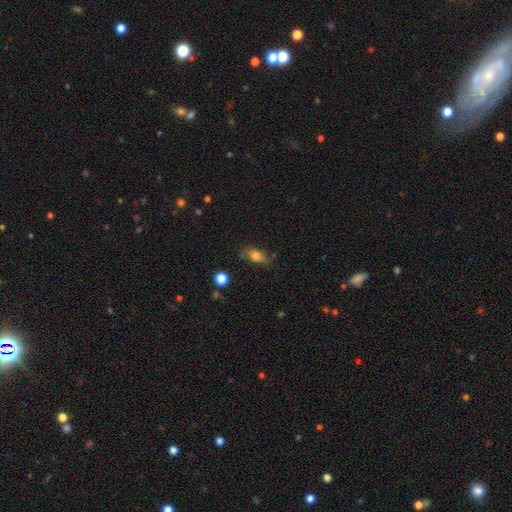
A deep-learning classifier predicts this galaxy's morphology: A smooth galaxy with no disk features (70%) that is in between round and cigar-shaped (79%).

Vote fractions:
- Smooth or featured? smooth: 70% / featured or disk: 20% / star or artifact: 10%
- How rounded? in between: 79% / cigar-shaped: 14% / round: 8%
- Merging? none: 64% / minor disturbance: 25% / major disturbance: 7% / merger: 3%